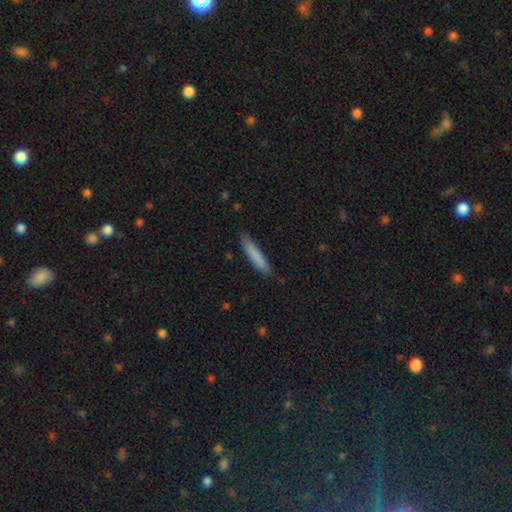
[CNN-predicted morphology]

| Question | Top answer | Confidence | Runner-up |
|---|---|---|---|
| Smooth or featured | smooth | 81% | featured or disk (13%) |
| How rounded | cigar-shaped | 92% | in between (7%) |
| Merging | none | 87% | minor disturbance (10%) |